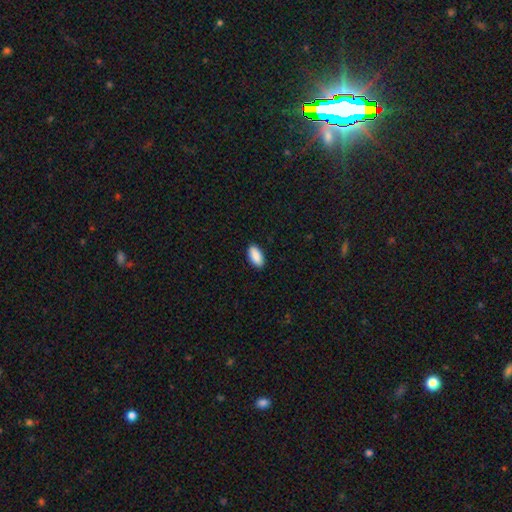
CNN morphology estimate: Q: Smooth or featured?
A: smooth (91%); runner-up: star or artifact (6%)
Q: How rounded?
A: in between (92%); runner-up: cigar-shaped (5%)
Q: Merging?
A: none (89%); runner-up: minor disturbance (8%)